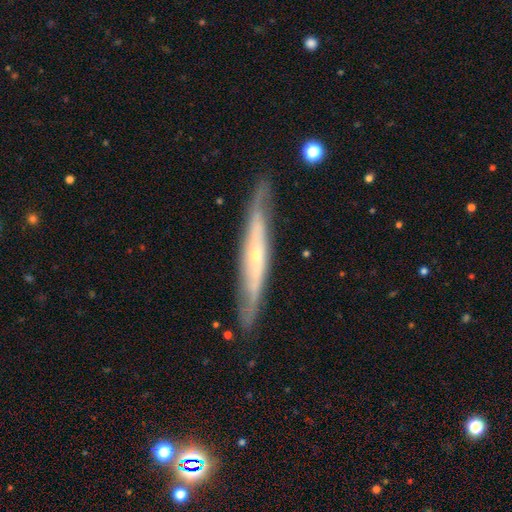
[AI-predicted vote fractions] Q: Smooth or featured?
A: featured or disk (75%); runner-up: smooth (19%)
Q: Edge-on disk?
A: yes (71%); runner-up: no (29%)
Q: Edge-on bulge?
A: rounded (62%); runner-up: none (35%)
Q: Merging?
A: none (82%); runner-up: minor disturbance (14%)